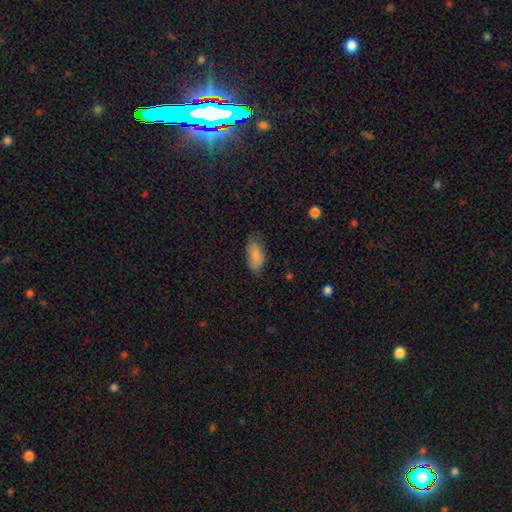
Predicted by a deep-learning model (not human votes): smooth_or_featured: smooth (p=0.85) [alt: featured or disk p=0.08]
how_rounded: in between (p=0.90) [alt: cigar-shaped p=0.08]
merging: none (p=0.68) [alt: minor disturbance p=0.25]